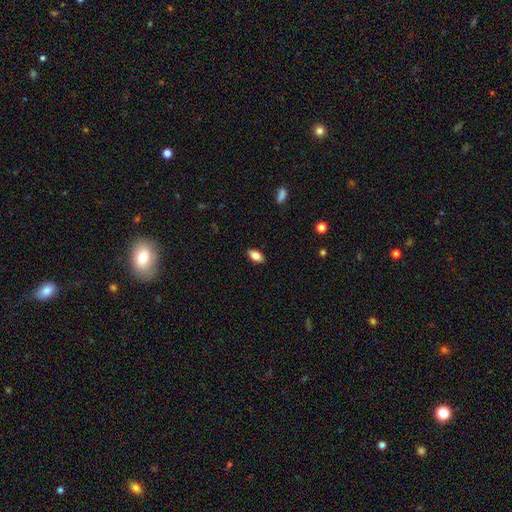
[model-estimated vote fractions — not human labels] A smooth galaxy with no disk features (78%) that is in between round and cigar-shaped (89%). Merging: none (88%).